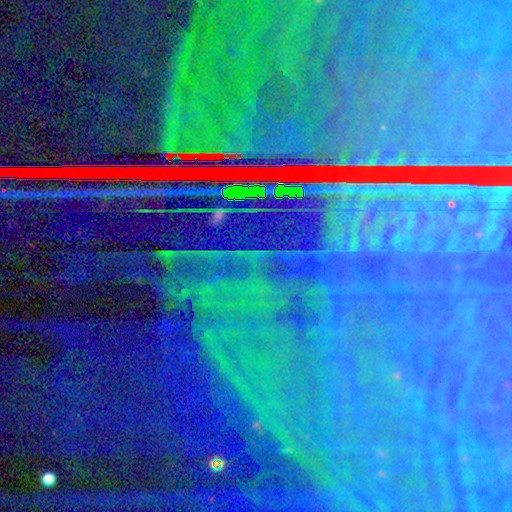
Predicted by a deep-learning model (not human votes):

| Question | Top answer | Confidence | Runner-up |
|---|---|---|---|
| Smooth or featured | star or artifact | 88% | featured or disk (7%) |